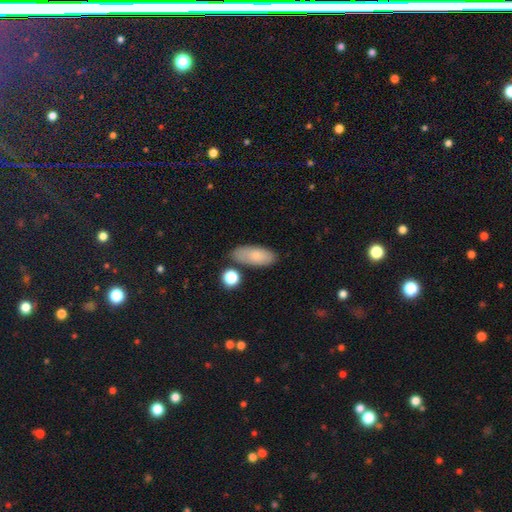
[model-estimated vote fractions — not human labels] This appears to be a smooth galaxy with no disk features (81%) that is in between round and cigar-shaped (84%). Merging: none (72%).